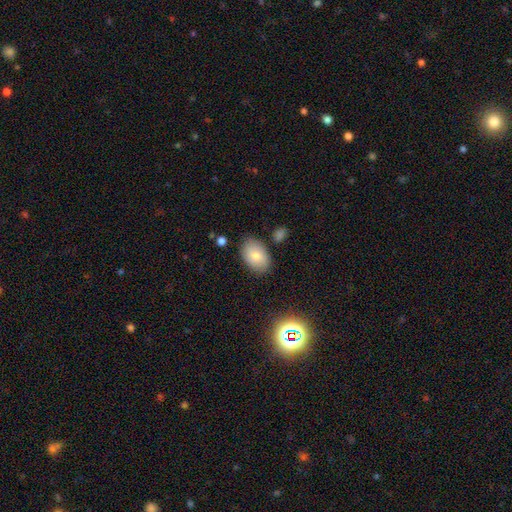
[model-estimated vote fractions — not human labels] Overall: smooth (80%). How rounded: in between (89%). Merging: none (82%).